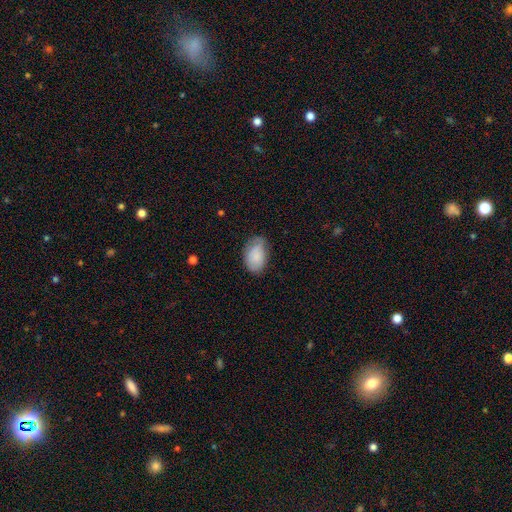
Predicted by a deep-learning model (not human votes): Smooth or featured? smooth (84%)
How rounded? in between (90%)
Merging? none (64%)